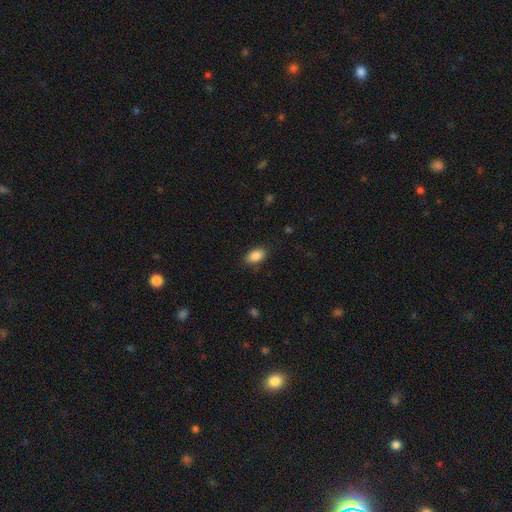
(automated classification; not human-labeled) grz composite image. It shows a smooth galaxy with no disk features (87%) that is in between round and cigar-shaped (91%). Merging: none (85%).